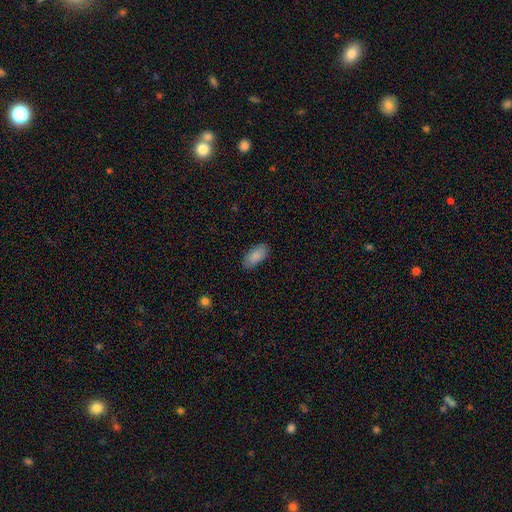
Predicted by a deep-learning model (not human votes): This appears to be a smooth galaxy with no disk features (88%) that is in between round and cigar-shaped (92%). Merging: none (86%).